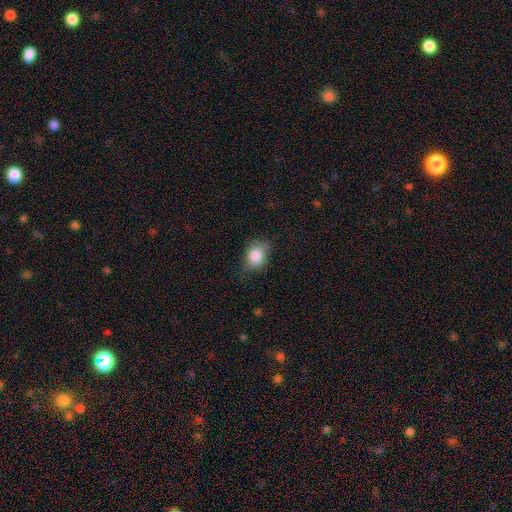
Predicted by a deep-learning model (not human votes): Smooth or featured?
  - smooth: 84% *
  - star or artifact: 9%
  - featured or disk: 8%
How rounded?
  - in between: 55% *
  - round: 44%
  - cigar-shaped: 1%
Merging?
  - none: 60% *
  - minor disturbance: 30%
  - major disturbance: 8%
  - merger: 1%